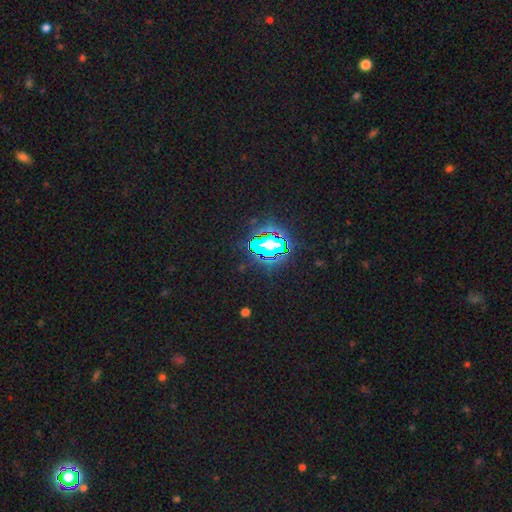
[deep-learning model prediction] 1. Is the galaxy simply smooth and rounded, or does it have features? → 83% star or artifact, 11% smooth, 6% featured or disk.